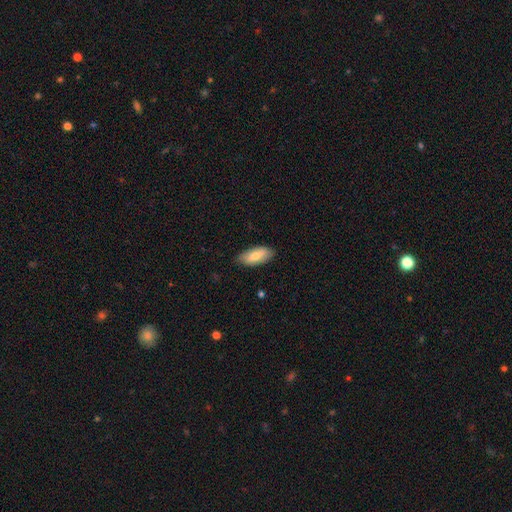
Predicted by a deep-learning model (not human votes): Smooth or featured? Predicted: smooth (p=0.75). How rounded? Predicted: in between (p=0.87). Merging? Predicted: none (p=0.82).